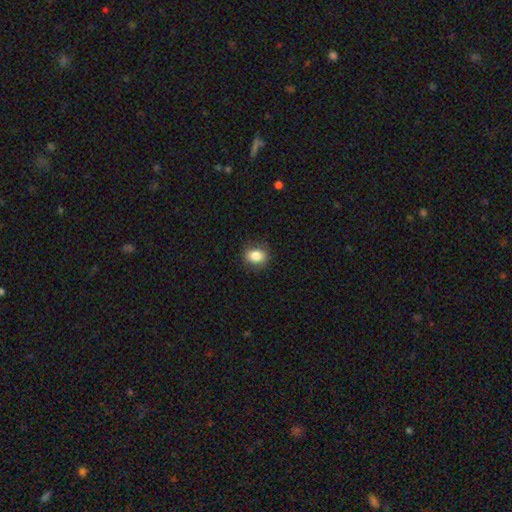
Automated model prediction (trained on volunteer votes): This appears to be a smooth galaxy with no disk features (85%) that is in between round and cigar-shaped (58%). Merging: none (86%).